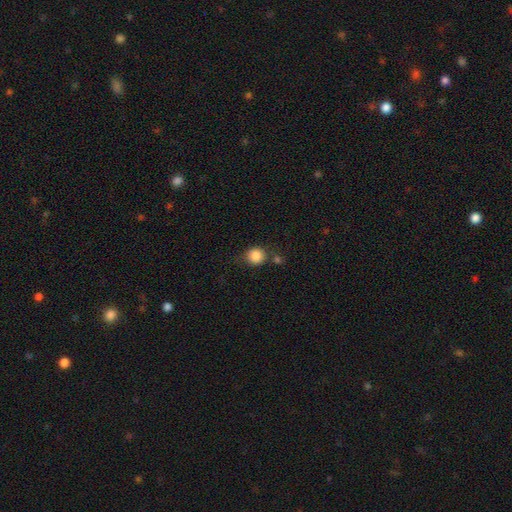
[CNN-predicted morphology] Smooth or featured? smooth (85%)
How rounded? round (88%)
Merging? none (71%)